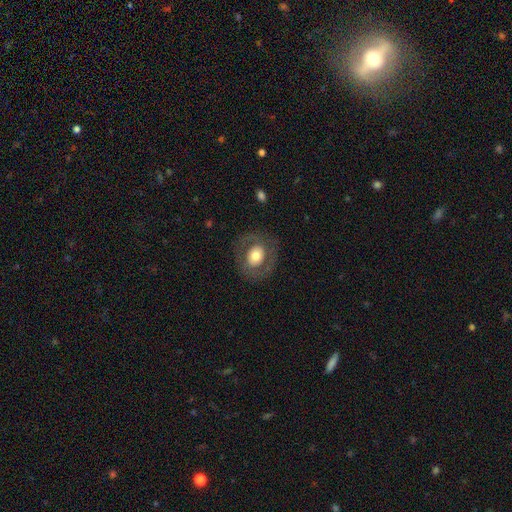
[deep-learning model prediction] This is possibly a smooth galaxy (51%). How rounded: likely round (62%). Merging: likely none (80%).